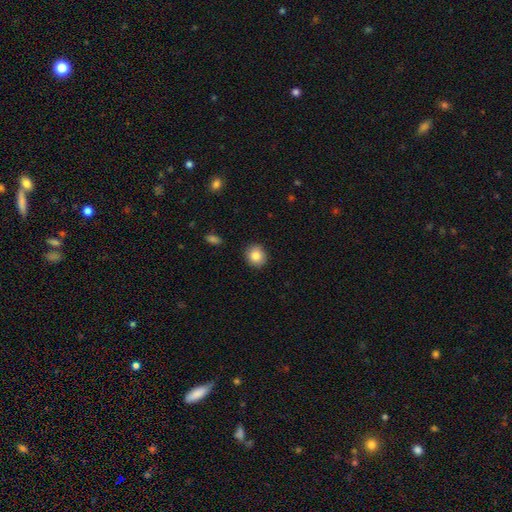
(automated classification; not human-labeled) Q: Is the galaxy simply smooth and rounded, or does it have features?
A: smooth — 85%.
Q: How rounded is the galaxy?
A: round — 79%.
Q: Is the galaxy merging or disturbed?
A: none — 90%.